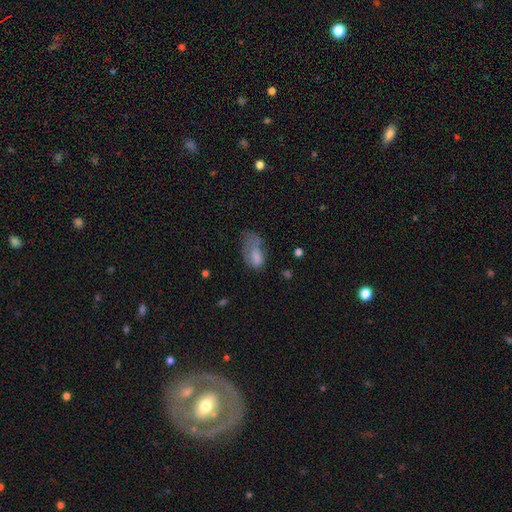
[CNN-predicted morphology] Overall: smooth (69%). How rounded: in between (90%). Merging: major disturbance (47%; minor disturbance 27%).